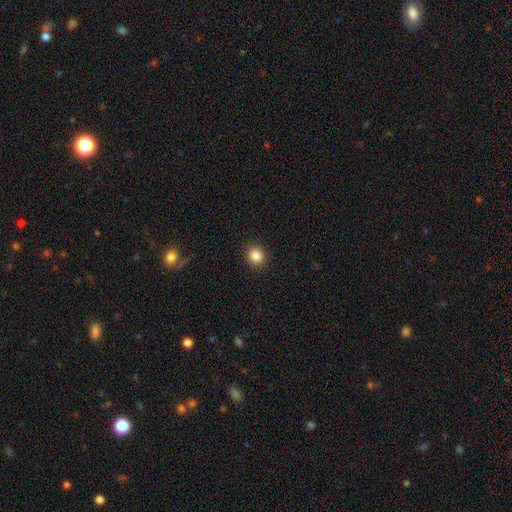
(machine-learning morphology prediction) Smooth or featured? smooth (86%)
How rounded? round (86%)
Merging? none (91%)